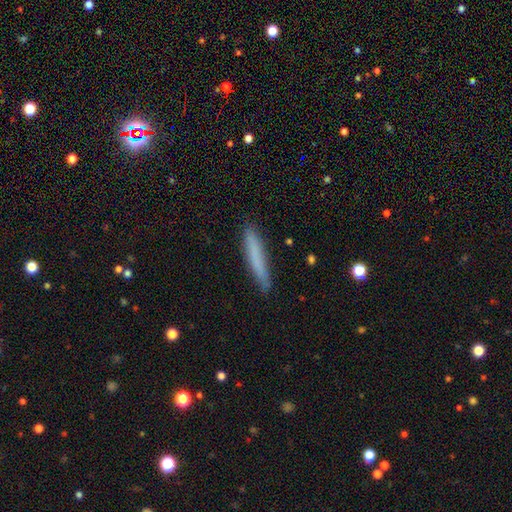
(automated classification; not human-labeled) smooth_or_featured: smooth (p=0.74) [alt: featured or disk p=0.18]
how_rounded: cigar-shaped (p=0.94) [alt: in between p=0.05]
merging: none (p=0.86) [alt: minor disturbance p=0.11]